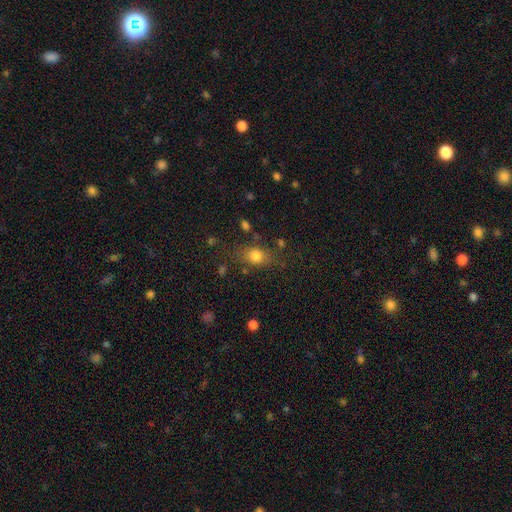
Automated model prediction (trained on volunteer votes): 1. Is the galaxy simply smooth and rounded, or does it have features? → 77% smooth, 13% star or artifact, 10% featured or disk.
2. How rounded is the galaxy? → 58% in between, 38% round, 4% cigar-shaped.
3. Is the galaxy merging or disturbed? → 72% none, 17% minor disturbance, 7% major disturbance, 4% merger.